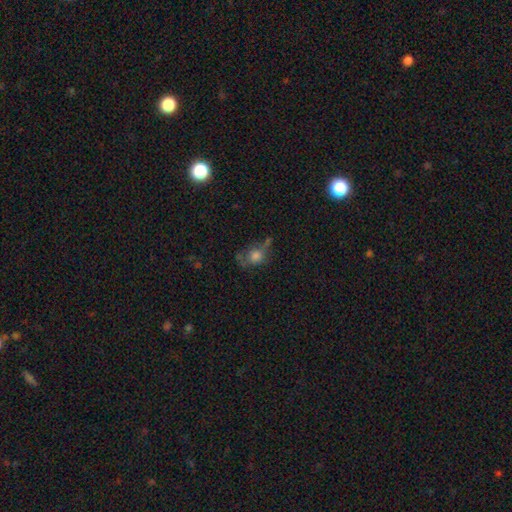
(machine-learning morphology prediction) This appears to be a smooth galaxy with no disk features (69%) that is round (66%). Merging: none (44%).